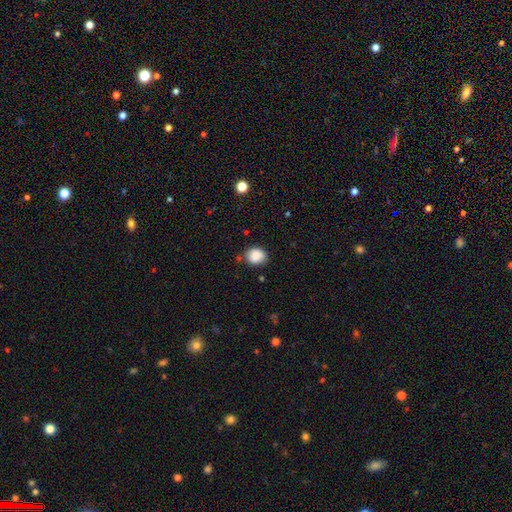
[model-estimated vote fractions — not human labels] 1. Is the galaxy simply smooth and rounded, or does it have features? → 88% smooth, 9% star or artifact, 4% featured or disk.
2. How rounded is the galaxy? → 69% round, 30% in between, 1% cigar-shaped.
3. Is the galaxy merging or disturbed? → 76% none, 17% minor disturbance, 4% major disturbance, 4% merger.